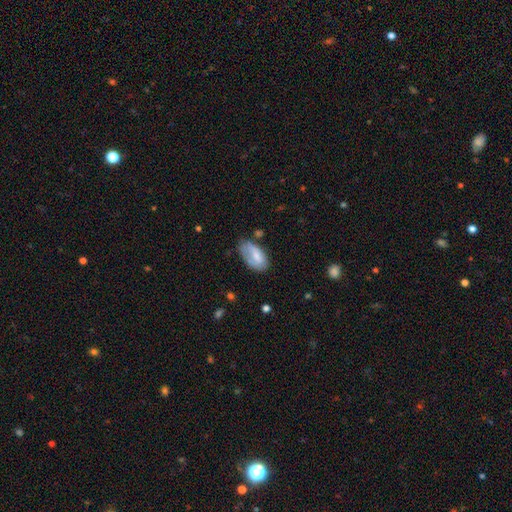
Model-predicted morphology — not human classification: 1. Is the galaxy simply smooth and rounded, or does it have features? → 69% smooth, 24% featured or disk, 7% star or artifact.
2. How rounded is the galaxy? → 93% in between, 4% round, 3% cigar-shaped.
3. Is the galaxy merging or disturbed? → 46% none, 34% minor disturbance, 15% major disturbance, 4% merger.